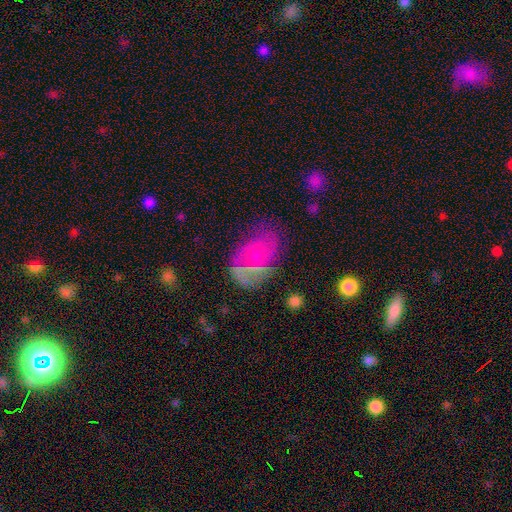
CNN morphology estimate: type=featured or disk (55%); edge-on=no (96%); bar=no (67%); spiral arms=yes (73%); bulge=small (55%); merging=none (52%).